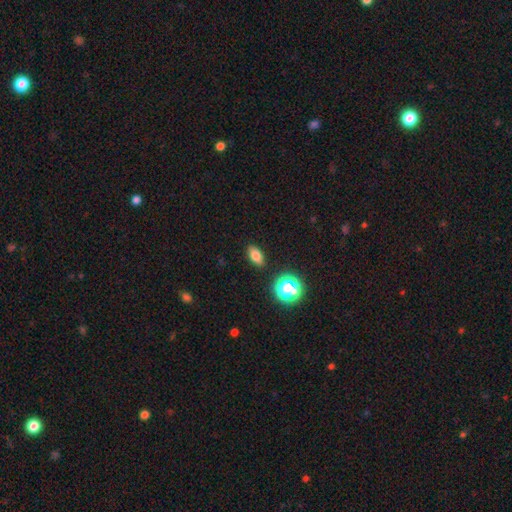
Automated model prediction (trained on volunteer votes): Smooth or featured? smooth (77%)
How rounded? in between (82%)
Merging? none (88%)